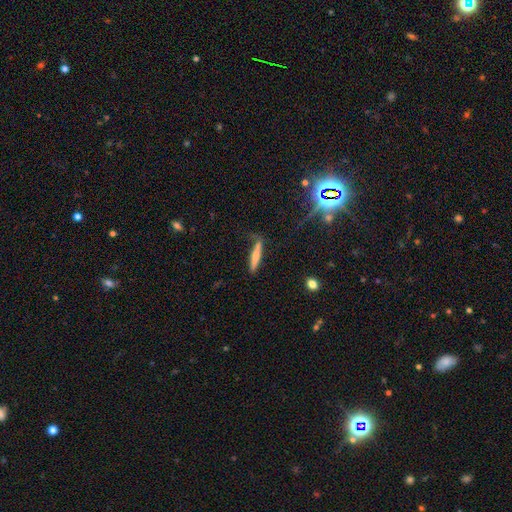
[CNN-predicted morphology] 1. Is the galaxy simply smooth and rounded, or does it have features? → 58% smooth, 34% featured or disk, 8% star or artifact.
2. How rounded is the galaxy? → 90% cigar-shaped, 8% in between, 2% round.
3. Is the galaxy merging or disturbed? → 66% none, 23% minor disturbance, 8% major disturbance, 3% merger.